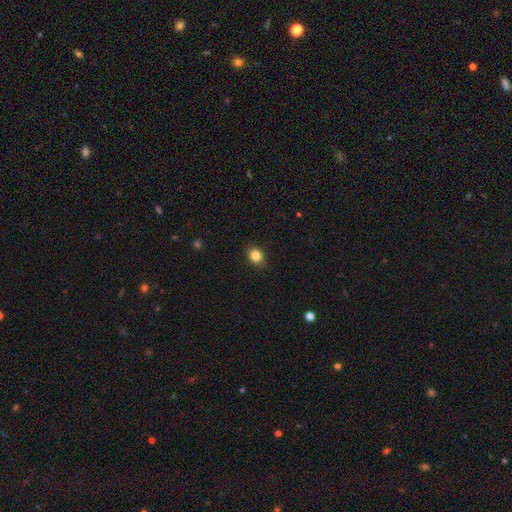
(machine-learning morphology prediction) Smooth or featured? smooth (83%)
How rounded? round (52%)
Merging? none (88%)